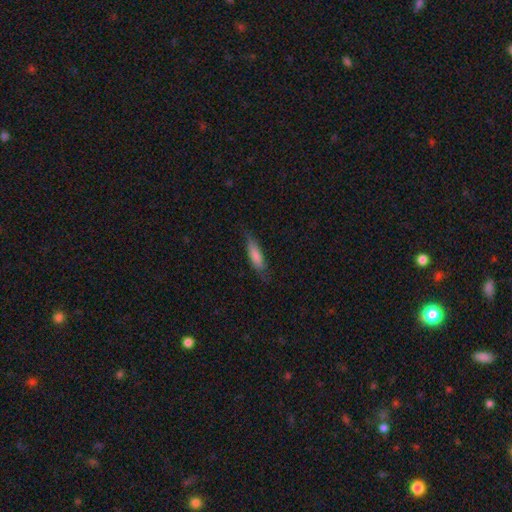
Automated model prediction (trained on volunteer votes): smooth 77%, featured or disk 16%, star or artifact 6%. Down the decision tree: how rounded — cigar-shaped (58%); merging — none (71%).